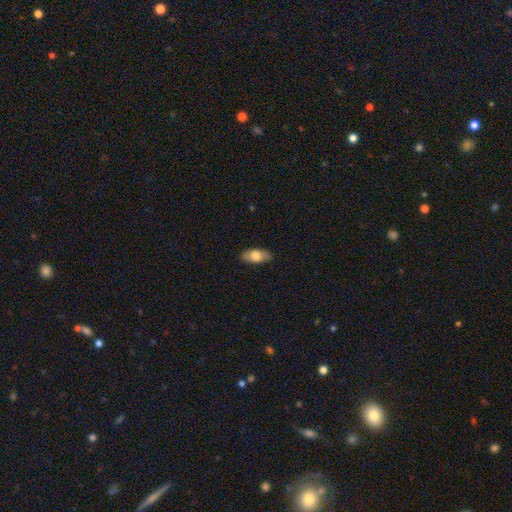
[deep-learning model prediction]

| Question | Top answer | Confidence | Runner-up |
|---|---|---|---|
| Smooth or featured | smooth | 72% | featured or disk (22%) |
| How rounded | in between | 88% | cigar-shaped (8%) |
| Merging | none | 85% | minor disturbance (12%) |